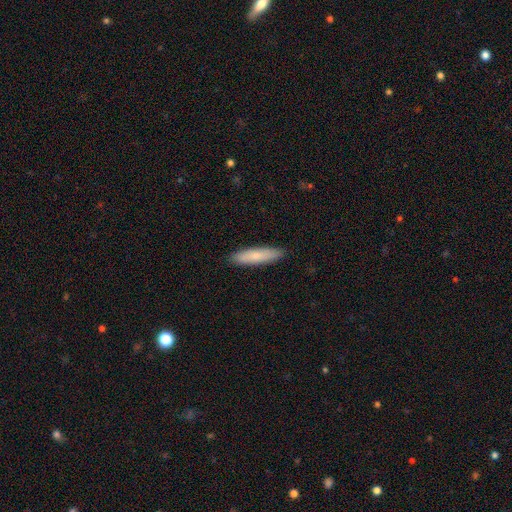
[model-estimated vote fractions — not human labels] The model was most divided on "how rounded": cigar-shaped: 79%, in between: 20%, round: 1%. More confident: merging — none (90%); smooth or featured — smooth (78%).